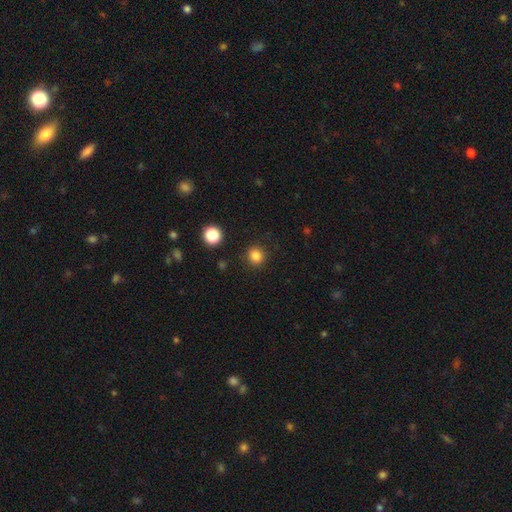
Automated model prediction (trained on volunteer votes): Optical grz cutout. It shows a smooth galaxy with no disk features (83%) that is round (88%). Merging: none (90%).